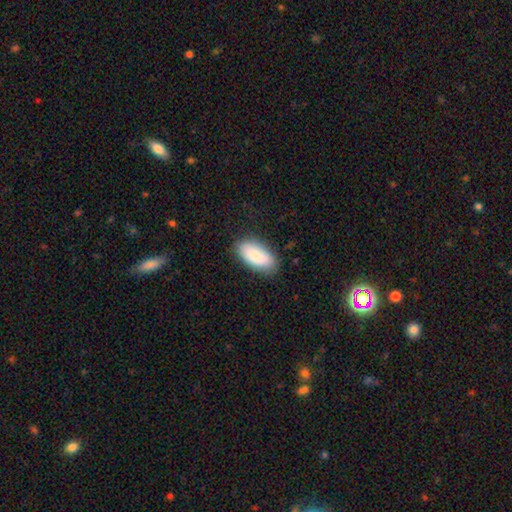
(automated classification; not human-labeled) This is clearly a smooth galaxy (83%). How rounded: clearly in between (93%). Merging: clearly none (82%).